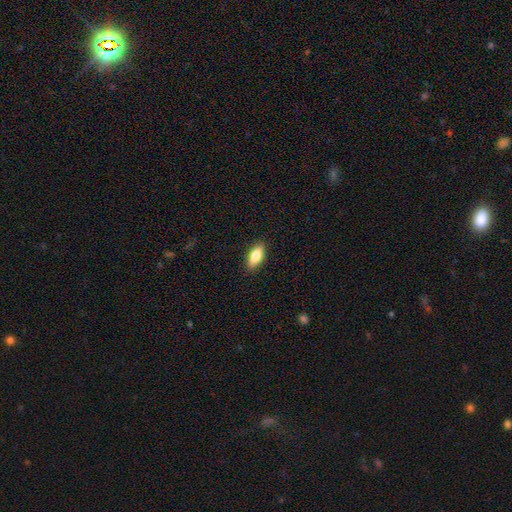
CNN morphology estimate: Smooth or featured?
  - smooth: 78% *
  - featured or disk: 16%
  - star or artifact: 6%
How rounded?
  - in between: 81% *
  - cigar-shaped: 16%
  - round: 3%
Merging?
  - none: 89% *
  - minor disturbance: 8%
  - major disturbance: 2%
  - merger: 1%